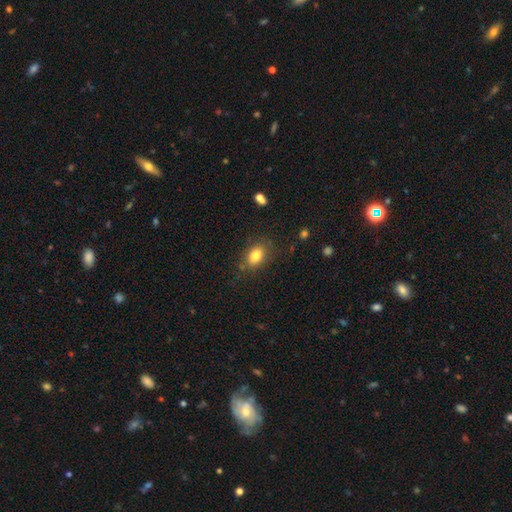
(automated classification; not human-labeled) smooth_or_featured: smooth (p=0.82) [alt: featured or disk p=0.09]
how_rounded: in between (p=0.82) [alt: round p=0.16]
merging: none (p=0.79) [alt: minor disturbance p=0.14]